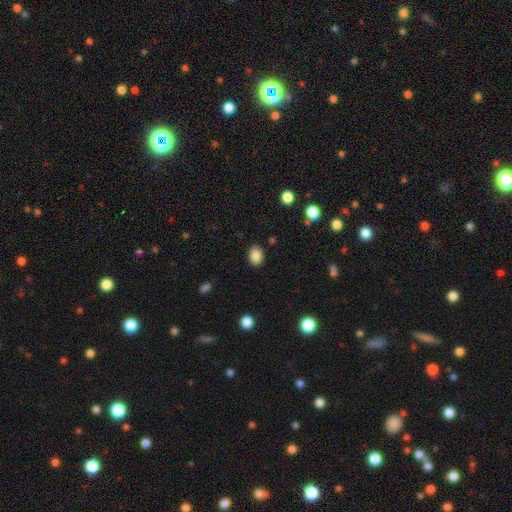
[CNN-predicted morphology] This appears to be a smooth galaxy with no disk features (87%) that is in between round and cigar-shaped (67%). Merging: none (87%).